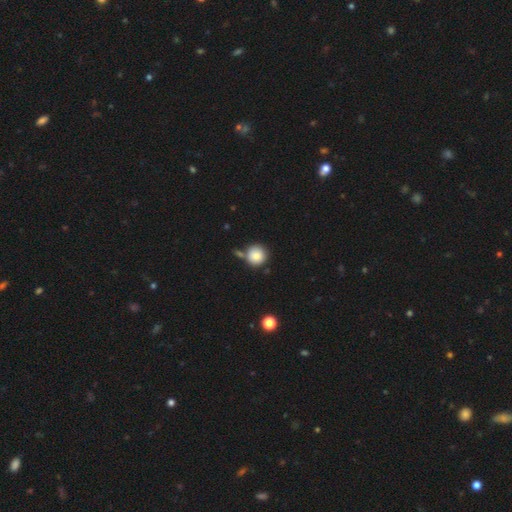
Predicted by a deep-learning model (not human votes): Smooth or featured? Predicted: smooth (p=0.84). How rounded? Predicted: round (p=0.94). Merging? Predicted: none (p=0.69).